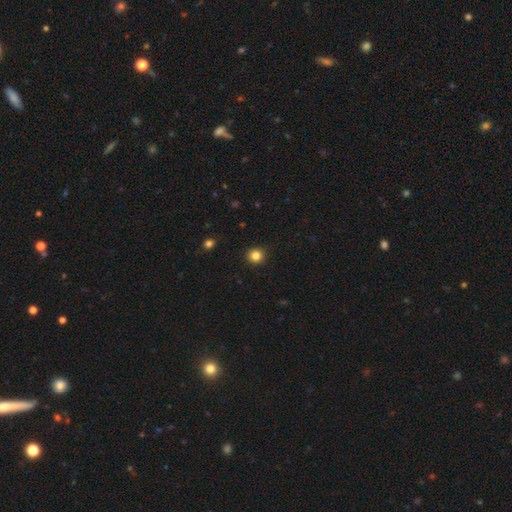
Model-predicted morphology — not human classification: type=smooth (84%); roundness=round (91%); merging=none (91%).